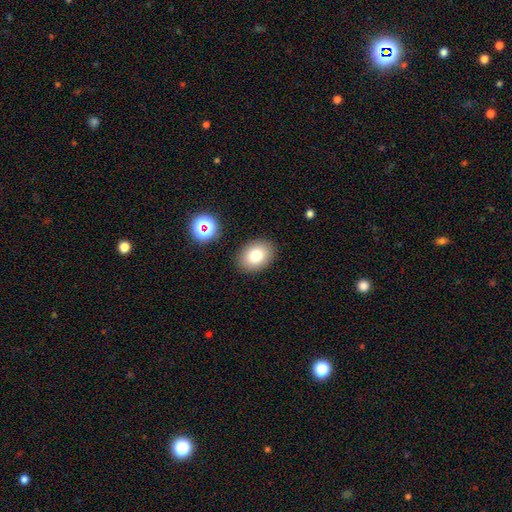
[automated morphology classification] A smooth galaxy with no disk features (79%) that is in between round and cigar-shaped (70%).

Vote fractions:
- Smooth or featured? smooth: 79% / star or artifact: 11% / featured or disk: 10%
- How rounded? in between: 70% / round: 30% / cigar-shaped: 1%
- Merging? none: 88% / minor disturbance: 8% / major disturbance: 2% / merger: 2%